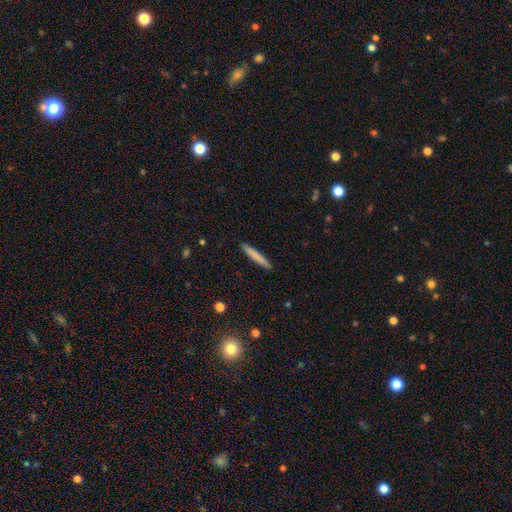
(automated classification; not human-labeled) Smooth or featured? Predicted: smooth (p=0.79). How rounded? Predicted: cigar-shaped (p=0.95). Merging? Predicted: none (p=0.92).